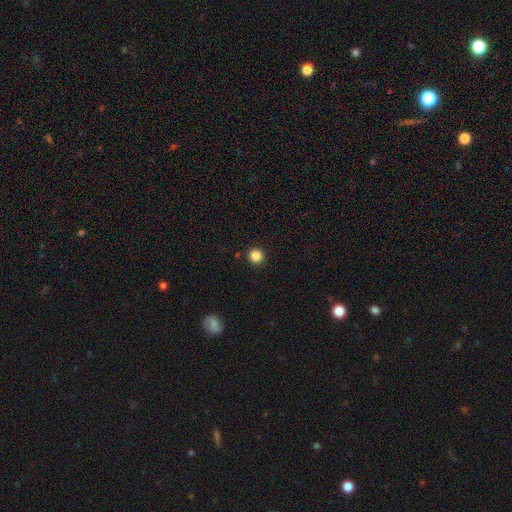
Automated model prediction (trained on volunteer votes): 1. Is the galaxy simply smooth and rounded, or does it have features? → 85% smooth, 11% star or artifact, 4% featured or disk.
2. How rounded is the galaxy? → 95% round, 4% in between, 1% cigar-shaped.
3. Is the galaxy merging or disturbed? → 92% none, 5% minor disturbance, 2% major disturbance, 1% merger.